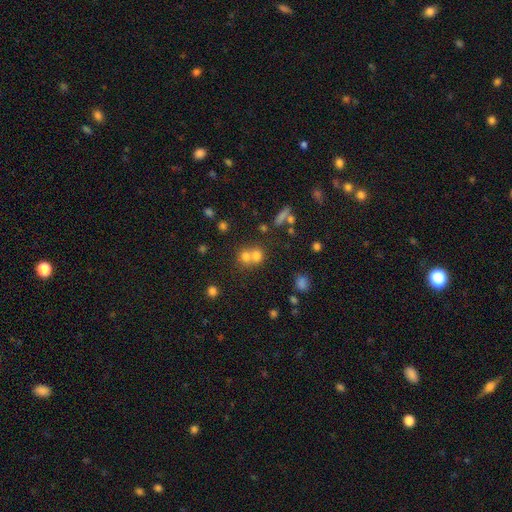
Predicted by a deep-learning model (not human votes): Overall: smooth (68%). How rounded: round (77%). Merging: merger (60%; none 32%).